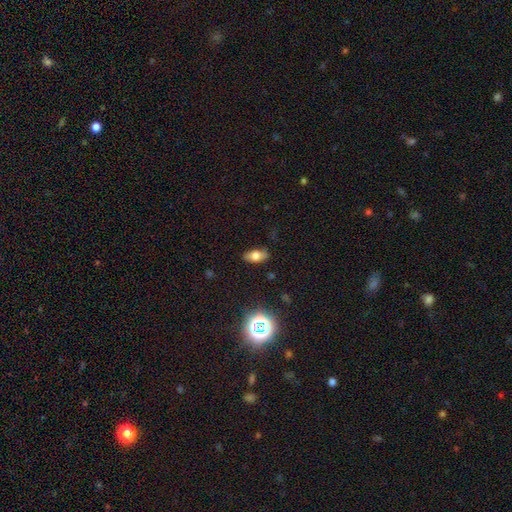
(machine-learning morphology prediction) The model was most divided on "smooth or featured": smooth: 70%, featured or disk: 18%, star or artifact: 12%. More confident: how rounded — in between (85%); merging — none (82%).